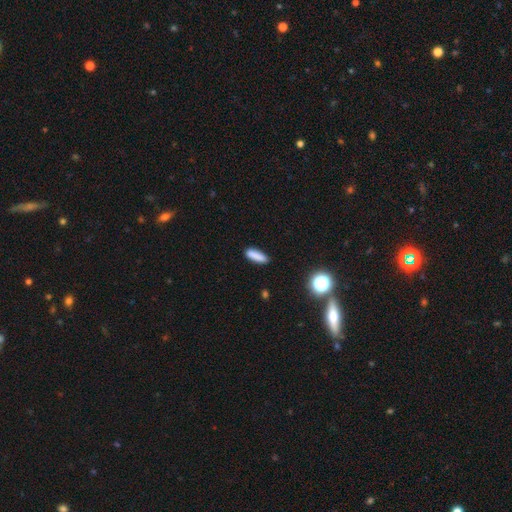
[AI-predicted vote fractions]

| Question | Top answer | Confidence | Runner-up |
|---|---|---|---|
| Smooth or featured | smooth | 86% | star or artifact (9%) |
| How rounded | cigar-shaped | 50% | in between (47%) |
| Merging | none | 86% | minor disturbance (10%) |